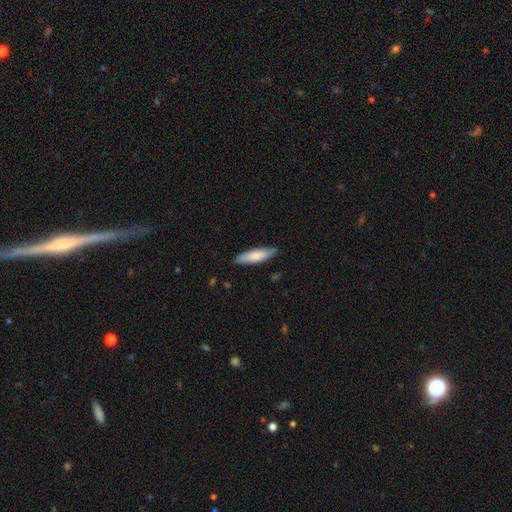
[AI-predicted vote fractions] Overall: smooth (75%). How rounded: cigar-shaped (64%; in between 34%). Merging: none (87%).